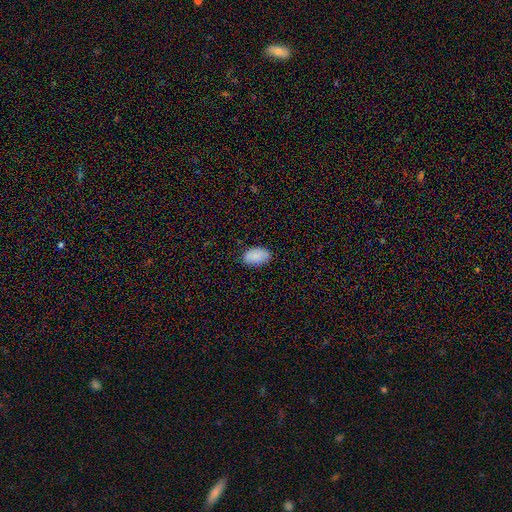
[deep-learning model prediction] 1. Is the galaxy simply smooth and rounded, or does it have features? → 86% smooth, 7% star or artifact, 7% featured or disk.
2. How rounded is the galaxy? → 92% in between, 6% round, 1% cigar-shaped.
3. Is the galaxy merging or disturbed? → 83% none, 13% minor disturbance, 3% major disturbance, 1% merger.